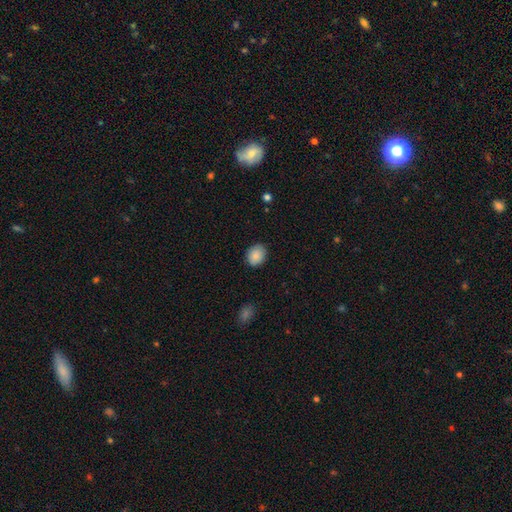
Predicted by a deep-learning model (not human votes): This appears to be a smooth galaxy with no disk features (87%) that is in between round and cigar-shaped (53%). Merging: none (84%).